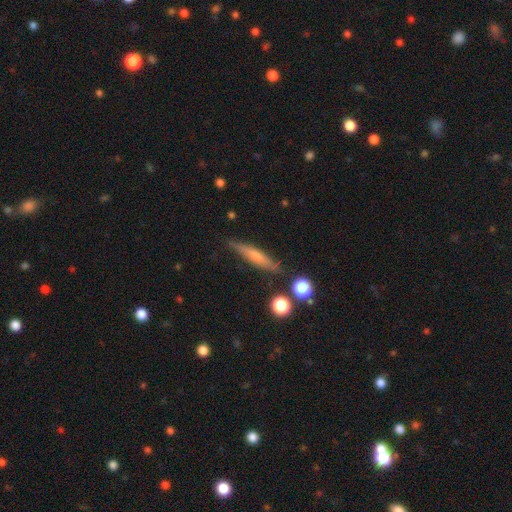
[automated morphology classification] Smooth or featured: smooth — 49% (featured or disk — 42%)
Merging: none — 82% (minor disturbance — 13%)